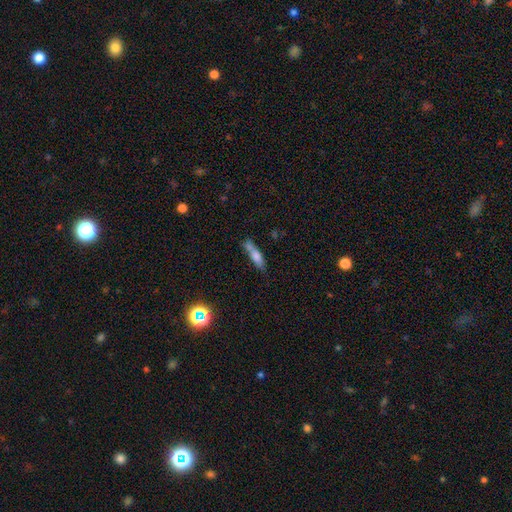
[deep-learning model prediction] Smooth or featured? Predicted: smooth (p=0.69). How rounded? Predicted: cigar-shaped (p=0.59). Merging? Predicted: none (p=0.46).